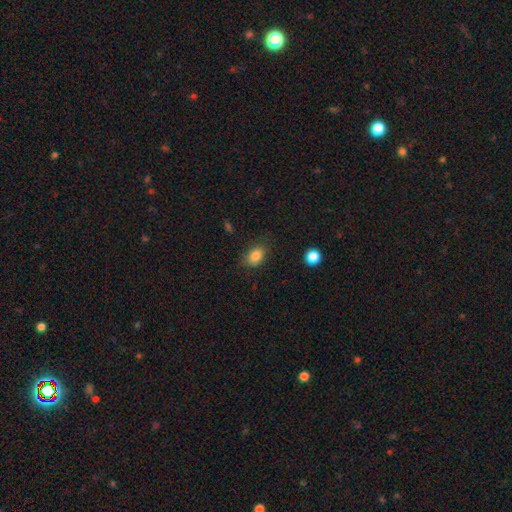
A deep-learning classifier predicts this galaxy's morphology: Smooth or featured? Predicted: smooth (p=0.83). How rounded? Predicted: in between (p=0.81). Merging? Predicted: none (p=0.77).